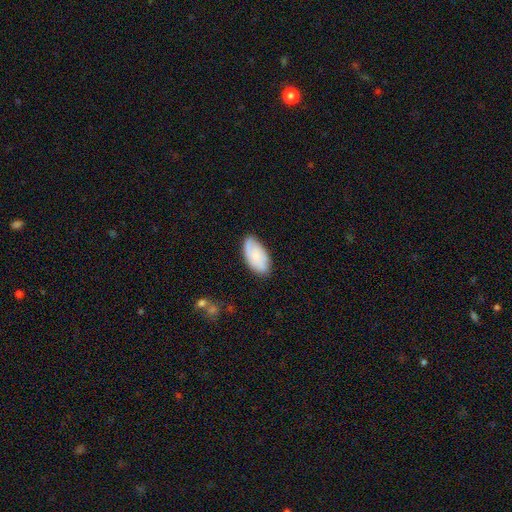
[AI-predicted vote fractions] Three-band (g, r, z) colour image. It shows a smooth galaxy with no disk features (65%) that is in between round and cigar-shaped (94%). Merging: none (75%).